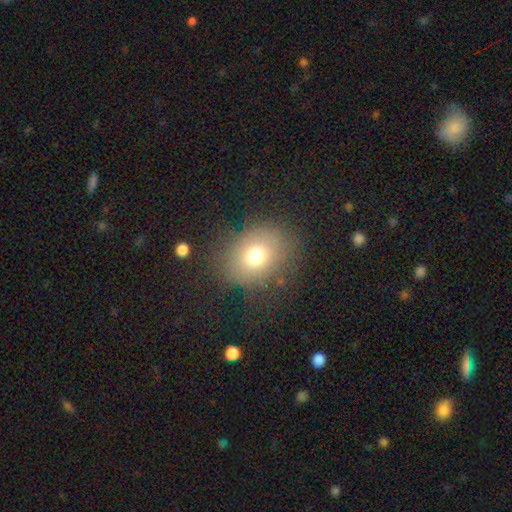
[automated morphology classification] This appears to be a smooth galaxy with no disk features (73%) that is in between round and cigar-shaped (54%). Merging: none (77%).